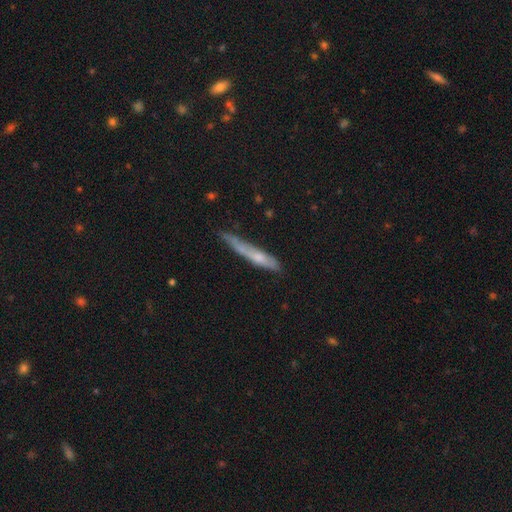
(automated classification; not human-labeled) Smooth or featured? smooth (54%)
How rounded? cigar-shaped (93%)
Merging? none (58%)